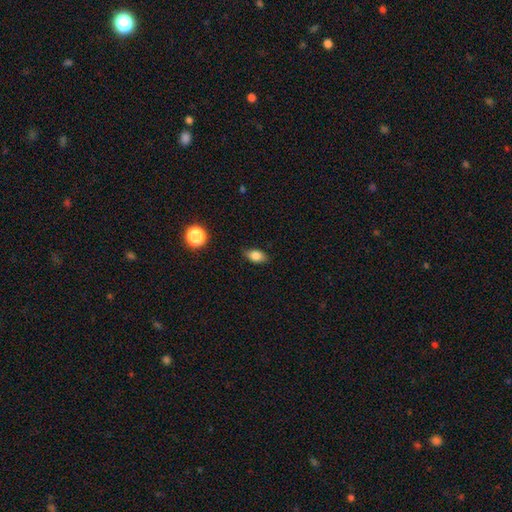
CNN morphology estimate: Smooth or featured: smooth — 80% (featured or disk — 11%)
How rounded: in between — 81% (round — 14%)
Merging: none — 82% (minor disturbance — 15%)